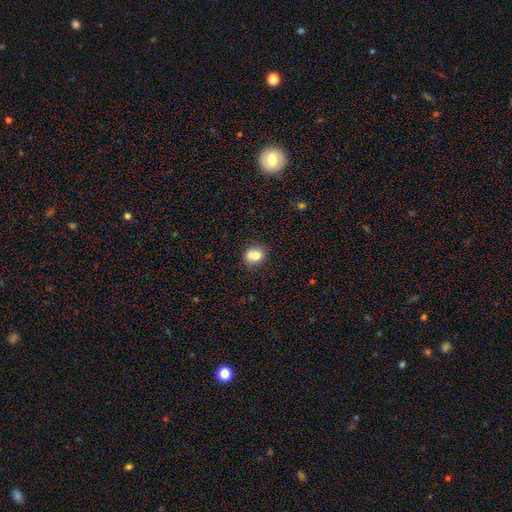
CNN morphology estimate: A smooth galaxy with no disk features (79%) that is round (67%).

Vote fractions:
- Smooth or featured? smooth: 79% / star or artifact: 10% / featured or disk: 10%
- How rounded? round: 67% / in between: 32% / cigar-shaped: 1%
- Merging? none: 68% / minor disturbance: 17% / merger: 11% / major disturbance: 4%